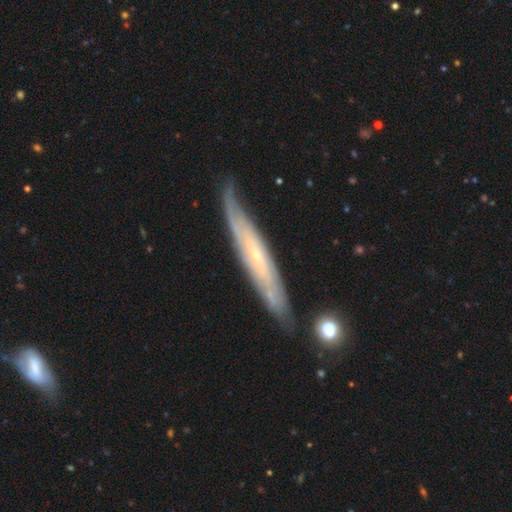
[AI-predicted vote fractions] A featured or disk galaxy (75%) viewed edge-on (57%). Merging: none (75%).